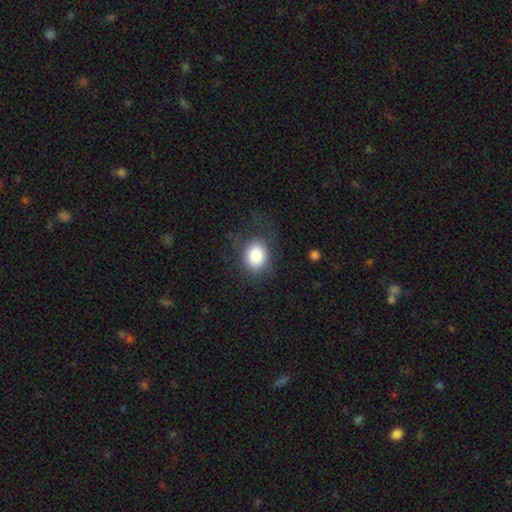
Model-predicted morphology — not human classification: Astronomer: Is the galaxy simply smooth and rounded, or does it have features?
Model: smooth — 85%.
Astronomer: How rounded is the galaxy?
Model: round — 55% (runner-up: in between, 44%).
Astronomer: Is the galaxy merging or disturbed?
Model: none — 72%.